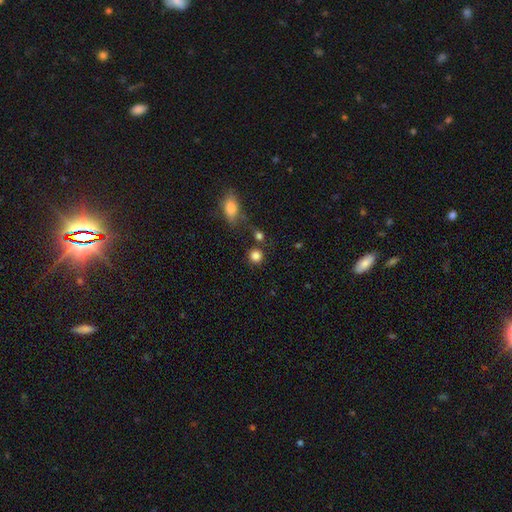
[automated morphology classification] smooth-or-featured: smooth: 85% | star or artifact: 11% | featured or disk: 5%
  how-rounded: round: 89% | in between: 10% | cigar-shaped: 1%
  merging: none: 76% | merger: 11% | minor disturbance: 9% | major disturbance: 4%